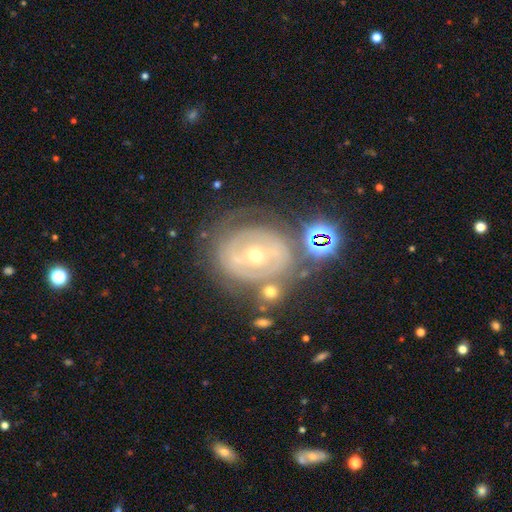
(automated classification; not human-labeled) Morphology: type=featured or disk (76%); edge-on=no (96%); bar=no (44%); spiral arms=yes (66%); bulge=small (59%); merging=none (58%).